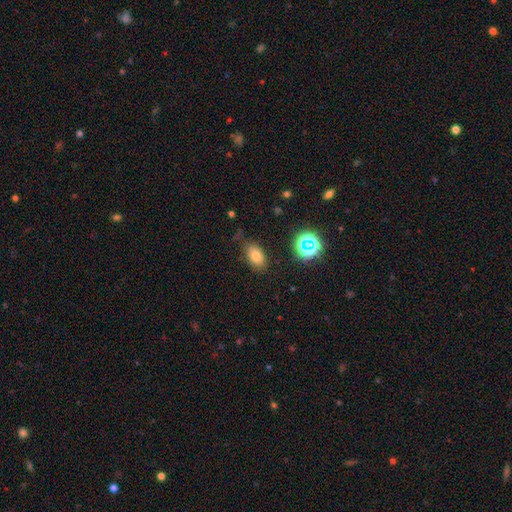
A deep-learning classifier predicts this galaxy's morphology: The model was most divided on "smooth or featured": smooth: 74%, star or artifact: 16%, featured or disk: 10%. More confident: how rounded — in between (87%); merging — none (78%).